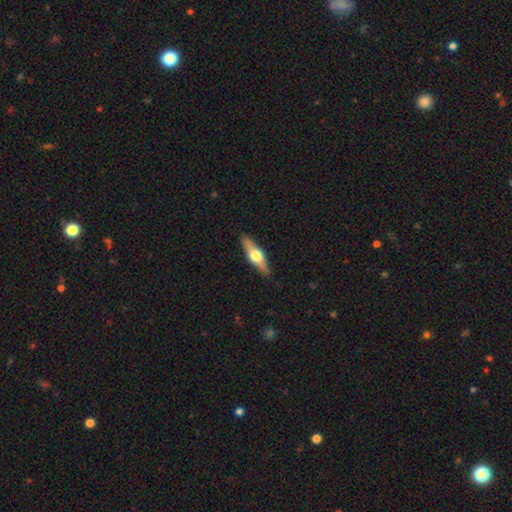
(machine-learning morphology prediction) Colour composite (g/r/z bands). It shows a featured or disk galaxy (61%) viewed edge-on (95%) with a rounded central bulge (95%). Merging: none (89%).